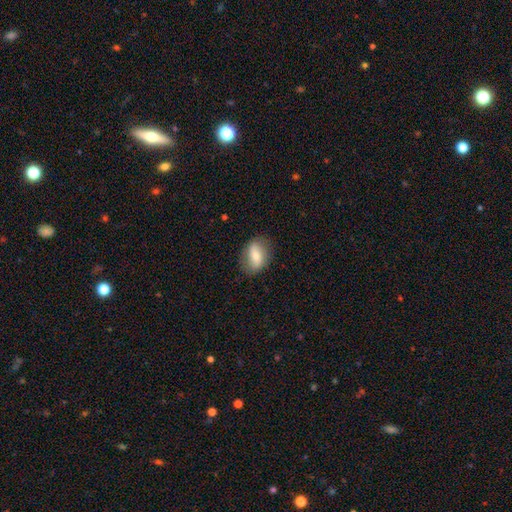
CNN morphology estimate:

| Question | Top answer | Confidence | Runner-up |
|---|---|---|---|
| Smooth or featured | smooth | 61% | featured or disk (31%) |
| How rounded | in between | 79% | round (18%) |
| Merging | none | 80% | minor disturbance (15%) |